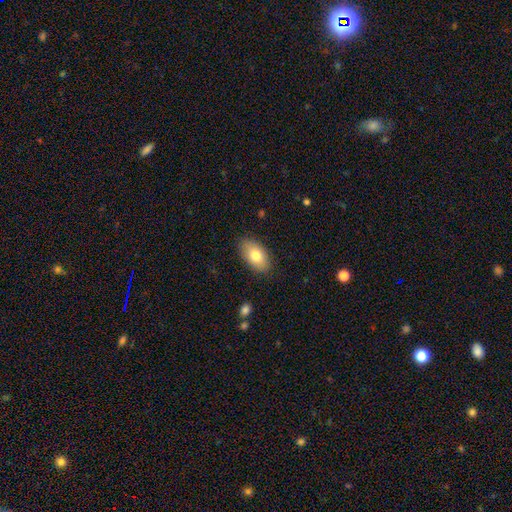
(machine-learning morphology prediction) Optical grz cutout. It shows a smooth galaxy with no disk features (79%) that is in between round and cigar-shaped (93%). Merging: none (86%).